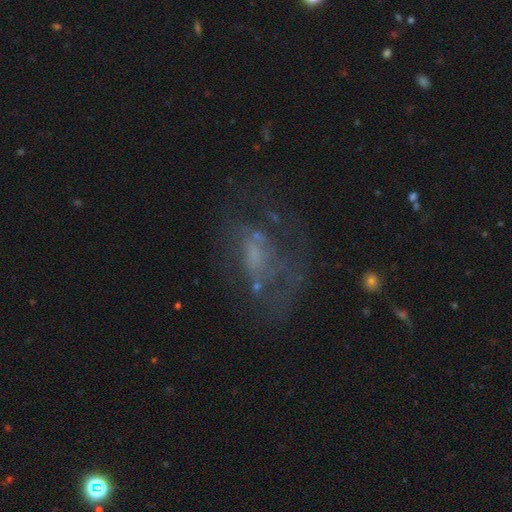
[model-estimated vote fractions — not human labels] A featured or disk galaxy (60%) with no bar (69%), no spiral arms (53%) and no central bulge (43%).

Vote fractions:
- Smooth or featured? featured or disk: 60% / smooth: 23% / star or artifact: 17%
- Edge-on disk? no: 96% / yes: 4%
- Bar? no: 69% / weak: 25% / strong: 6%
- Spiral arms? no: 53% / yes: 47%
- Bulge size? none: 43% / small: 28% / moderate: 22% / large: 5% / dominant: 1%
- Merging? none: 43% / major disturbance: 34% / minor disturbance: 18% / merger: 4%